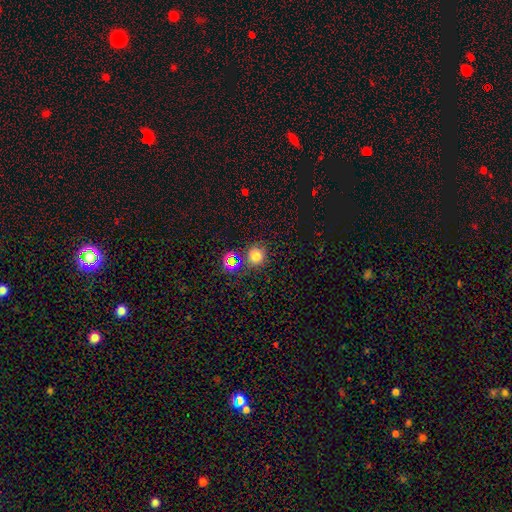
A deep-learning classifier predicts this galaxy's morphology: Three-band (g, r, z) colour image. It shows a smooth galaxy with no disk features (75%) that is round (89%). Merging: none (79%).